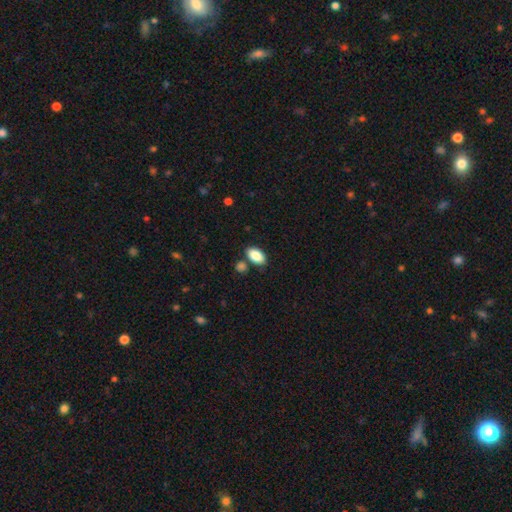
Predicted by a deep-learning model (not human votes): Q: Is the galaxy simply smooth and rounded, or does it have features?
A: smooth — 88%.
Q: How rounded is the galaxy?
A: in between — 93%.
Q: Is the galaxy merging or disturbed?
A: none — 76%.